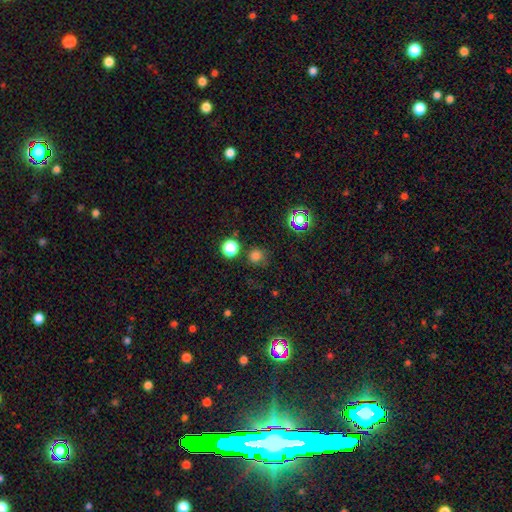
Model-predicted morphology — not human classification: Overall: smooth (74%). How rounded: round (93%). Merging: none (81%).